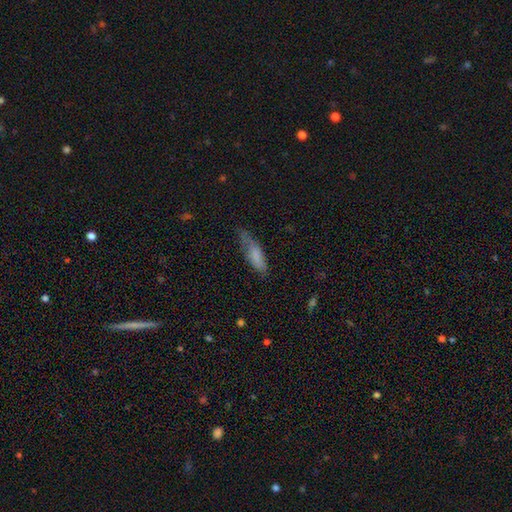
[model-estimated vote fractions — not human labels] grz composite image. It shows a smooth galaxy with no disk features (73%) that is cigar-shaped (53%). Merging: none (49%).